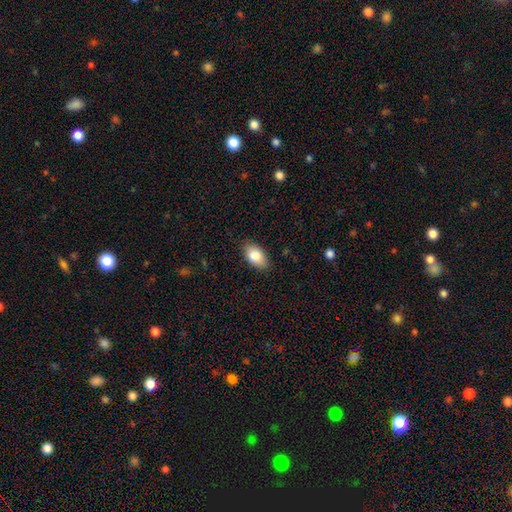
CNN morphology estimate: Smooth or featured? smooth (83%)
How rounded? in between (93%)
Merging? none (85%)